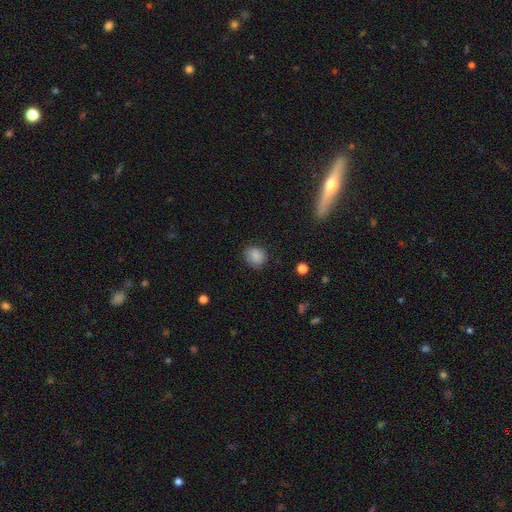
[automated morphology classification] This is clearly a smooth galaxy (86%). How rounded: likely round (67%). Merging: likely none (80%).